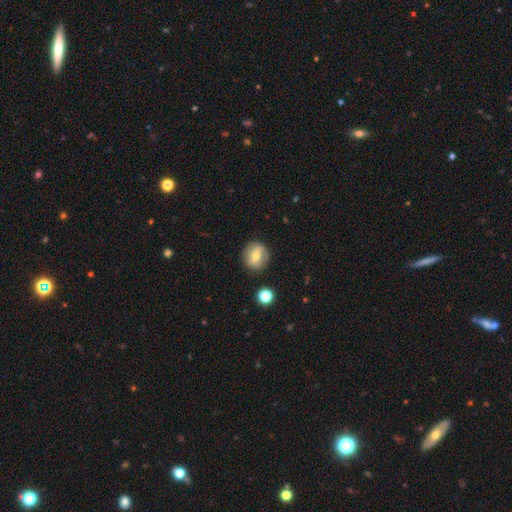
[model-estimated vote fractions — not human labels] Overall: smooth (53%; featured or disk 38%). How rounded: round (90%). Merging: none (86%).